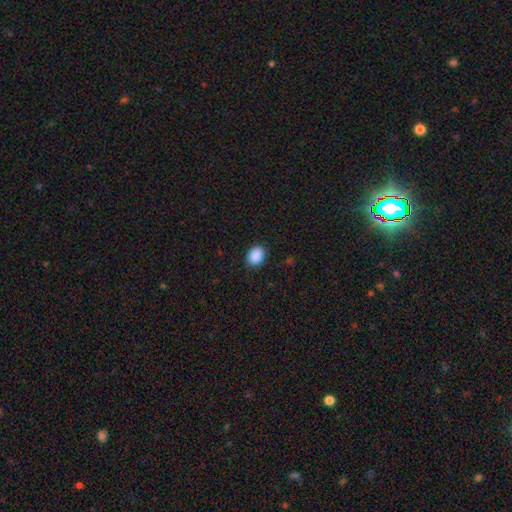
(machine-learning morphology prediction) Smooth or featured? smooth (90%)
How rounded? in between (63%)
Merging? none (87%)